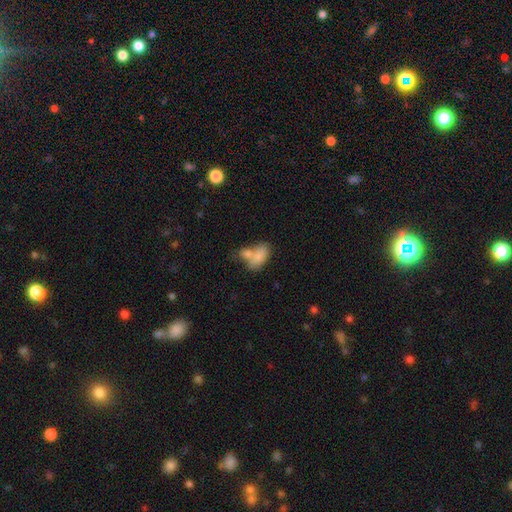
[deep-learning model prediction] Morphology: type=smooth (81%); roundness=in between (89%); merging=merger (55%).